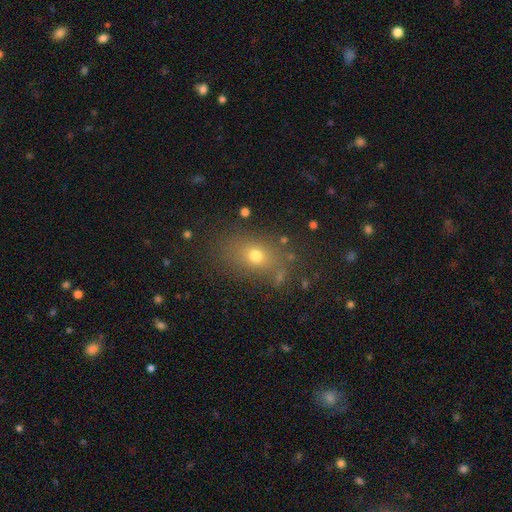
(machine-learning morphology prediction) This appears to be a smooth galaxy with no disk features (67%) that is in between round and cigar-shaped (63%). Merging: none (76%).